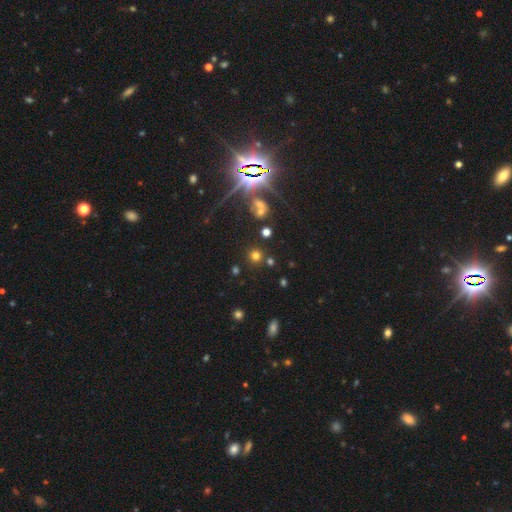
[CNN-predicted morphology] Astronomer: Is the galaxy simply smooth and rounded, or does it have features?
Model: smooth — 67%.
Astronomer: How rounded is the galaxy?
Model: round — 92%.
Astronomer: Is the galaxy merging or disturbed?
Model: none — 82%.